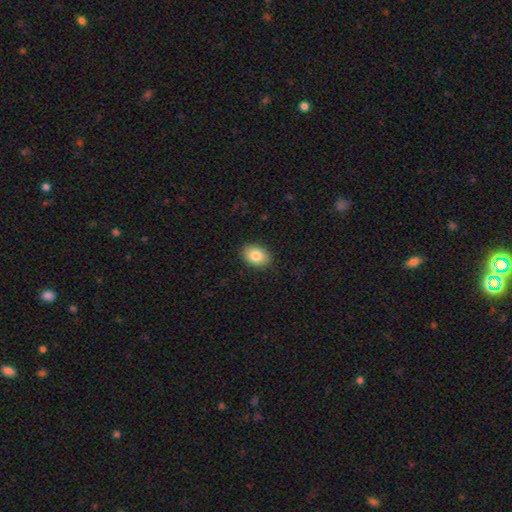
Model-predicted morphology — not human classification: Smooth or featured?
  - smooth: 83% *
  - featured or disk: 9%
  - star or artifact: 7%
How rounded?
  - in between: 81% *
  - round: 18%
  - cigar-shaped: 1%
Merging?
  - none: 89% *
  - minor disturbance: 8%
  - major disturbance: 2%
  - merger: 1%